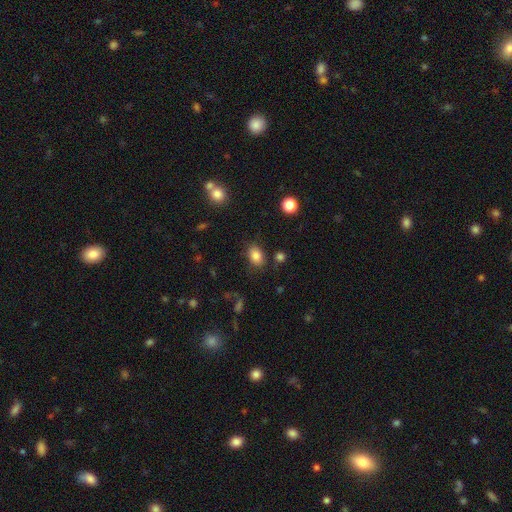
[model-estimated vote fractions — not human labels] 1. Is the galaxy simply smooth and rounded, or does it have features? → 84% smooth, 10% star or artifact, 6% featured or disk.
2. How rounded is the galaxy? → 73% in between, 26% round, 1% cigar-shaped.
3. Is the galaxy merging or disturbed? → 79% none, 13% minor disturbance, 4% major disturbance, 3% merger.